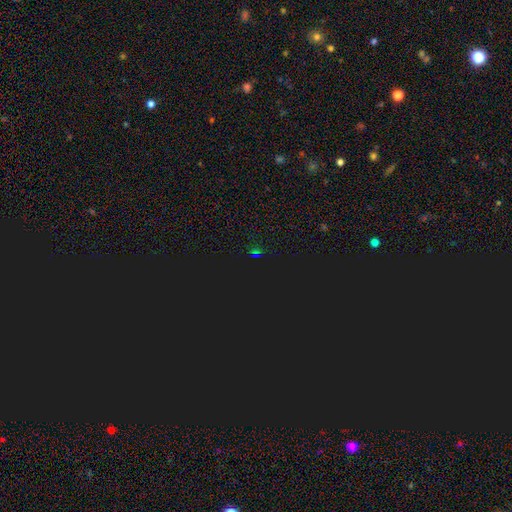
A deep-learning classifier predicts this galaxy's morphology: smooth_or_featured: star or artifact (p=0.73) [alt: smooth p=0.20]